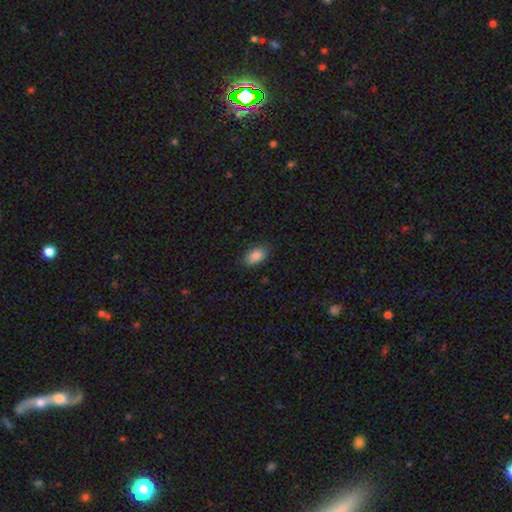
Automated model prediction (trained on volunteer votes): Smooth or featured? smooth (88%)
How rounded? in between (92%)
Merging? none (85%)